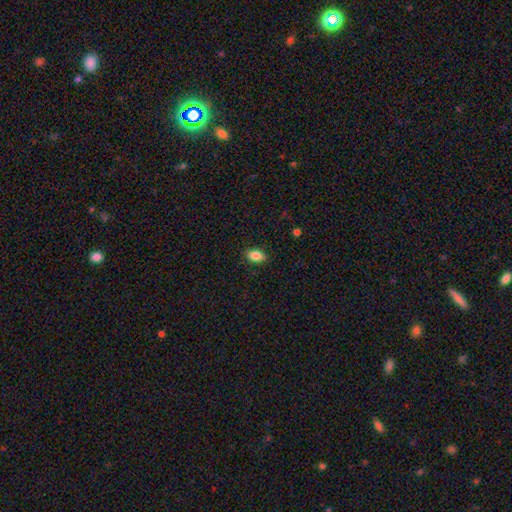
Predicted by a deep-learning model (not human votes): Overall: smooth (85%). How rounded: in between (89%). Merging: none (87%).